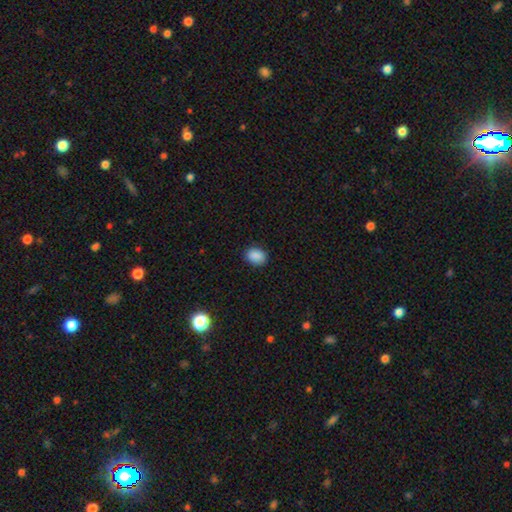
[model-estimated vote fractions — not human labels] Smooth or featured? smooth (89%)
How rounded? in between (59%)
Merging? none (89%)